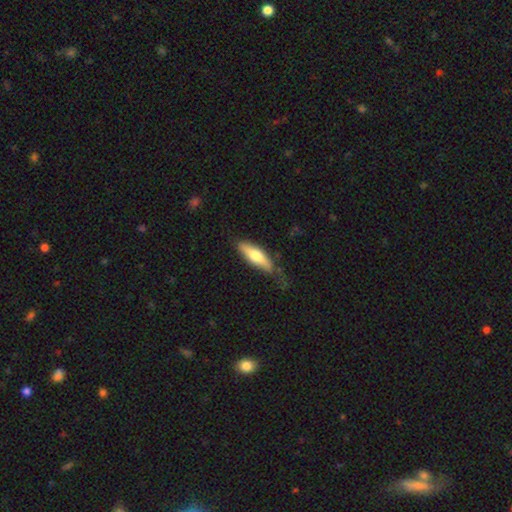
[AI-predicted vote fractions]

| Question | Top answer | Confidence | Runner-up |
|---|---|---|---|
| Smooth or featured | smooth | 63% | featured or disk (32%) |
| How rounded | cigar-shaped | 53% | in between (45%) |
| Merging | none | 62% | minor disturbance (27%) |